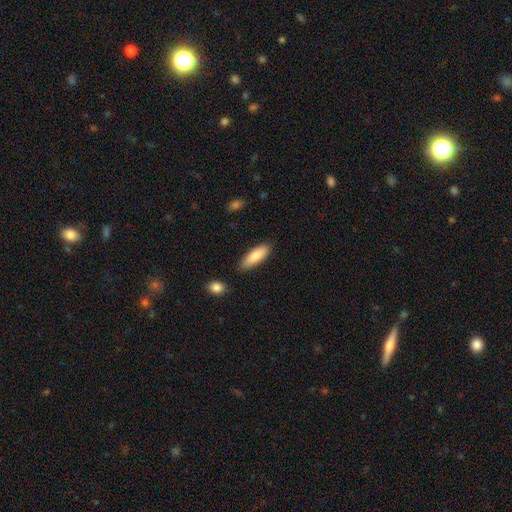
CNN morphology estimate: Smooth or featured?
  - smooth: 84% *
  - featured or disk: 10%
  - star or artifact: 6%
How rounded?
  - in between: 54% *
  - cigar-shaped: 45%
  - round: 2%
Merging?
  - none: 85% *
  - minor disturbance: 10%
  - merger: 2%
  - major disturbance: 2%